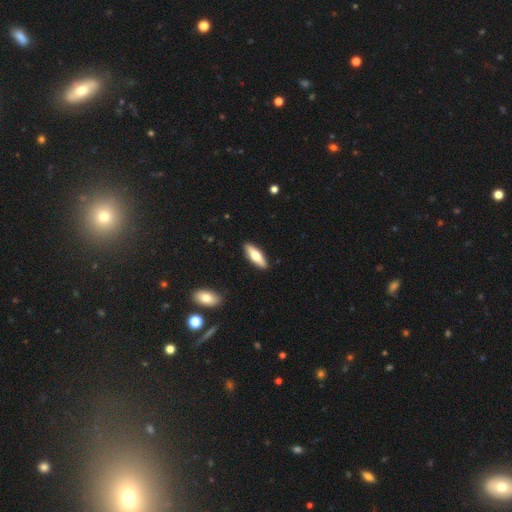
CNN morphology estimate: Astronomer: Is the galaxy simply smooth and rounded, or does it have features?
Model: smooth — 60%.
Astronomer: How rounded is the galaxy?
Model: cigar-shaped — 52% (runner-up: in between, 46%).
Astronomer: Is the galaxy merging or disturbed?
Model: none — 90%.